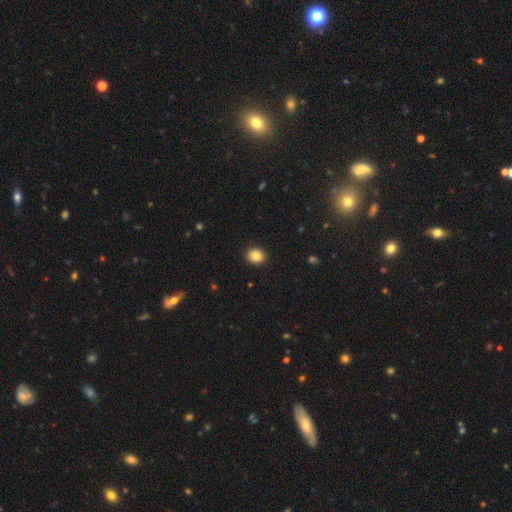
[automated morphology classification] smooth_or_featured: smooth (p=0.86) [alt: star or artifact p=0.10]
how_rounded: round (p=0.73) [alt: in between p=0.26]
merging: none (p=0.92) [alt: minor disturbance p=0.05]